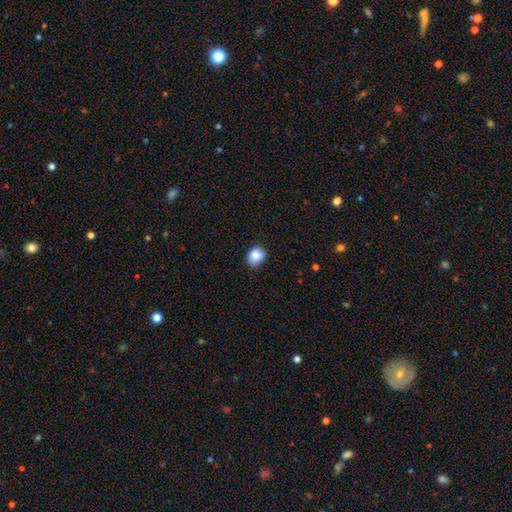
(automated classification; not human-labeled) Smooth or featured? Predicted: smooth (p=0.84). How rounded? Predicted: round (p=0.62). Merging? Predicted: none (p=0.83).